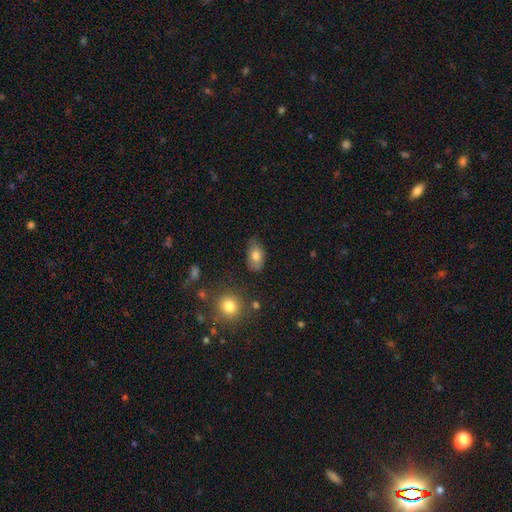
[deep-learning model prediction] Smooth or featured: smooth — 78% (featured or disk — 14%)
How rounded: in between — 89% (round — 9%)
Merging: none — 70% (minor disturbance — 23%)